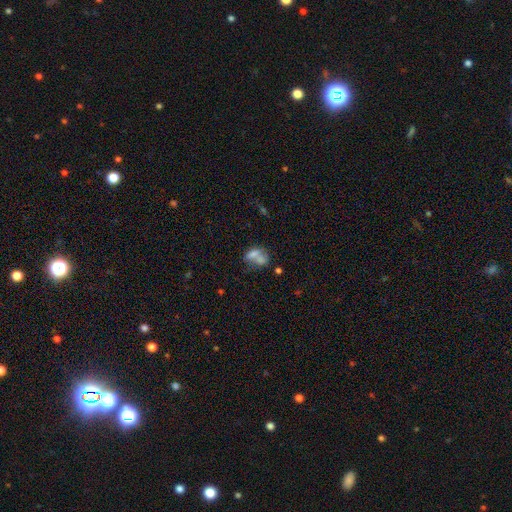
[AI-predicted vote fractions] smooth-or-featured: smooth: 67% | featured or disk: 22% | star or artifact: 11%
  how-rounded: in between: 74% | round: 21% | cigar-shaped: 4%
  merging: merger: 60% | none: 22% | minor disturbance: 10% | major disturbance: 8%